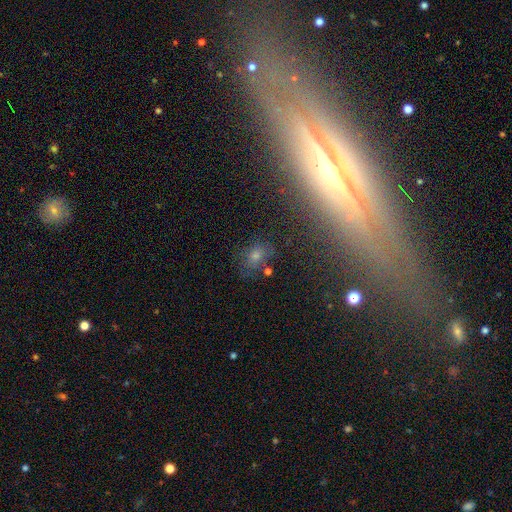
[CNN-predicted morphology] smooth 52%, star or artifact 30%, featured or disk 18%. Down the decision tree: how rounded — in between (59%); merging — none (74%).